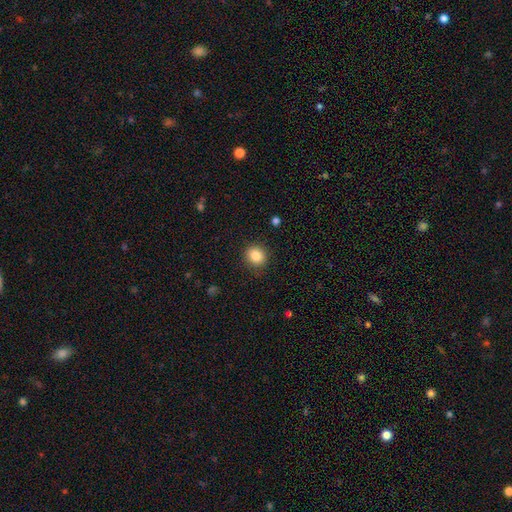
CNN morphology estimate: Overall: smooth (85%). How rounded: round (79%). Merging: none (88%).